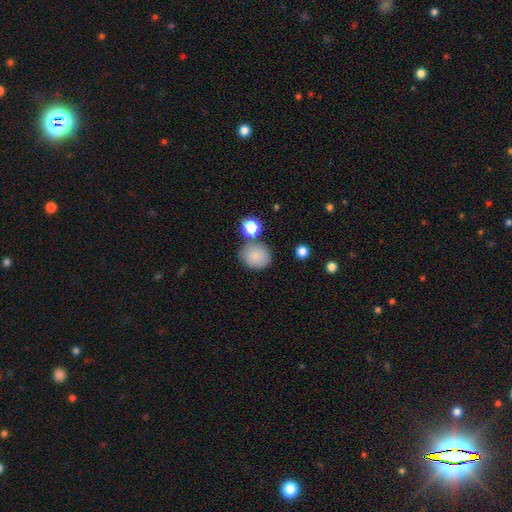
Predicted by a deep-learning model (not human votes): Smooth or featured? Predicted: smooth (p=0.83). How rounded? Predicted: round (p=0.66). Merging? Predicted: none (p=0.69).